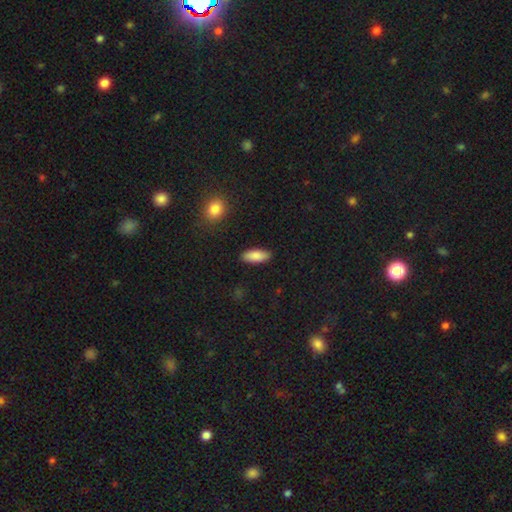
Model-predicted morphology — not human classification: smooth 87%, featured or disk 7%, star or artifact 6%. Down the decision tree: how rounded — in between (78%); merging — none (88%).